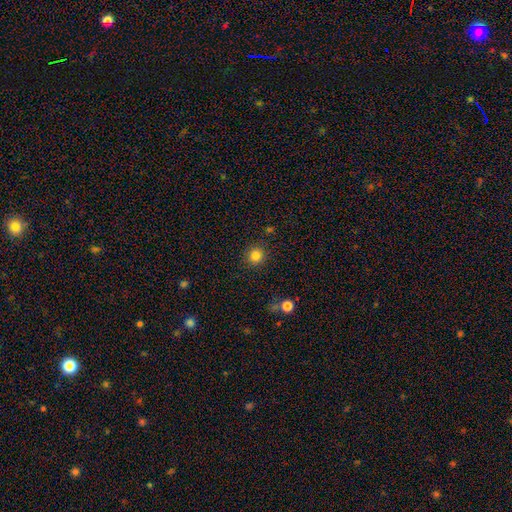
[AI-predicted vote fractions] Overall: smooth (83%). How rounded: round (92%). Merging: none (89%).